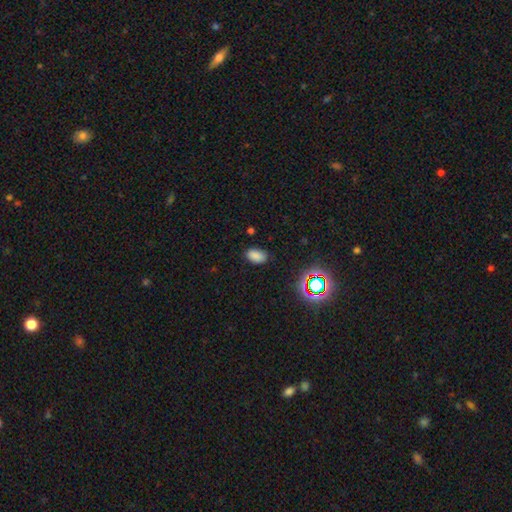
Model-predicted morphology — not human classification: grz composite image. It shows a smooth galaxy with no disk features (79%) that is in between round and cigar-shaped (91%). Merging: none (82%).